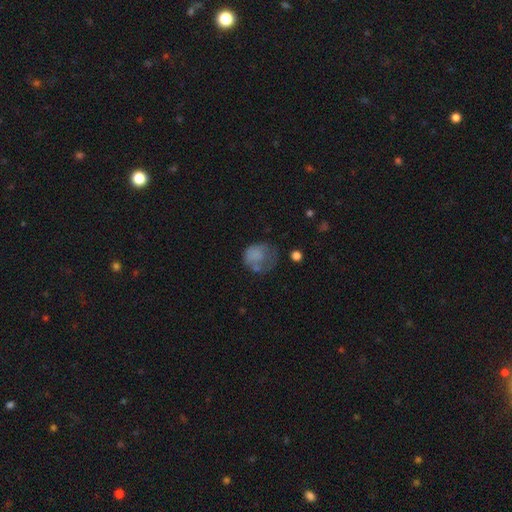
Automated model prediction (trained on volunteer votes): This is likely a smooth galaxy (69%). How rounded: likely round (63%). Merging: marginally major disturbance (34%).